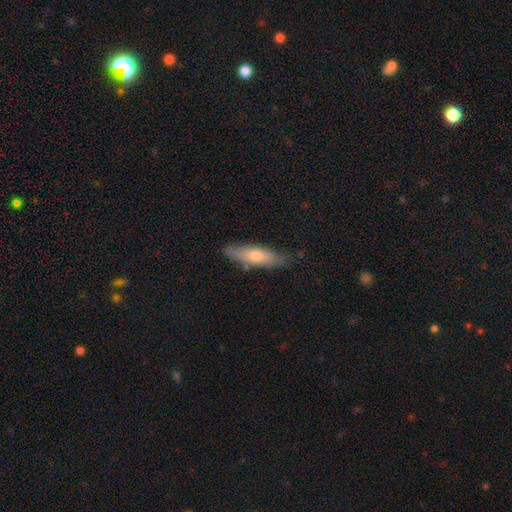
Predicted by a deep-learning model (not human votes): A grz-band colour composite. It shows a smooth galaxy with no disk features (63%) that is cigar-shaped (65%). Merging: none (78%).